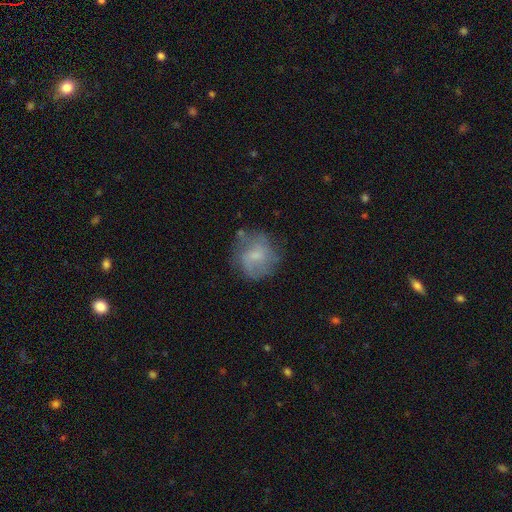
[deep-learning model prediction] This appears to be a featured or disk galaxy (47%). Merging: none (64%).